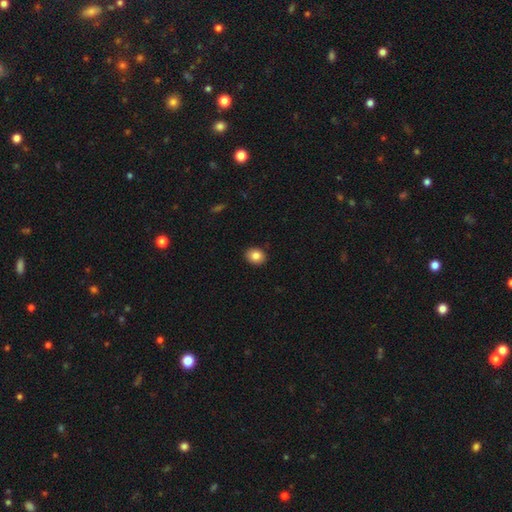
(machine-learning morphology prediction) This appears to be a smooth galaxy with no disk features (85%) that is round (56%). Merging: none (90%).